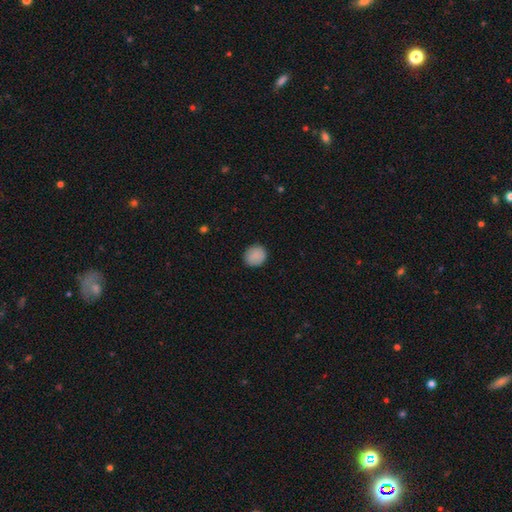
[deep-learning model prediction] This is clearly a smooth galaxy (89%). How rounded: clearly round (82%). Merging: clearly none (89%).